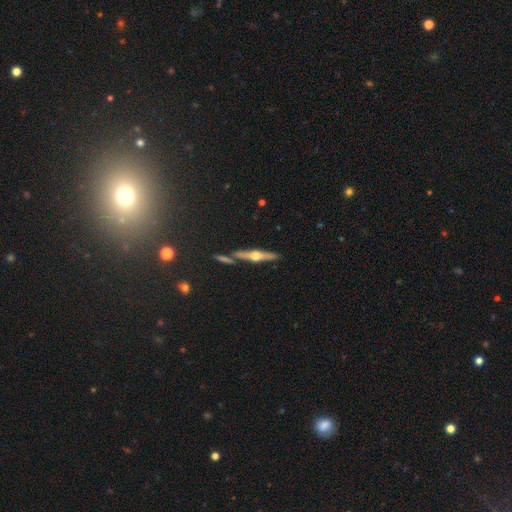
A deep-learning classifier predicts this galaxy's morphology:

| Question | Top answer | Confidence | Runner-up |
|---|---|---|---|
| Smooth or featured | featured or disk | 73% | smooth (19%) |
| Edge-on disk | yes | 96% | no (4%) |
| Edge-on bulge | rounded | 95% | boxy (3%) |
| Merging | none | 78% | merger (10%) |